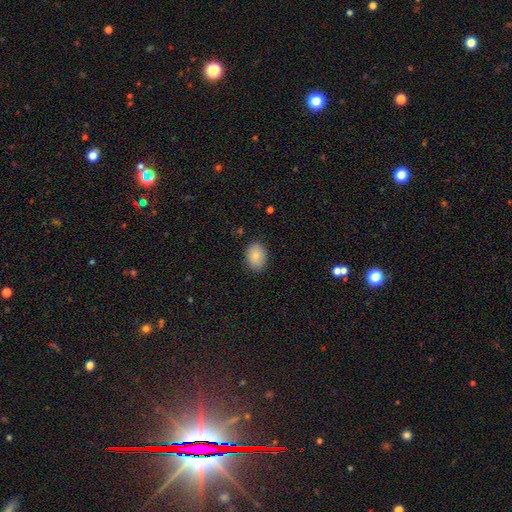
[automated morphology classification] Smooth or featured? smooth (85%)
How rounded? in between (77%)
Merging? none (85%)